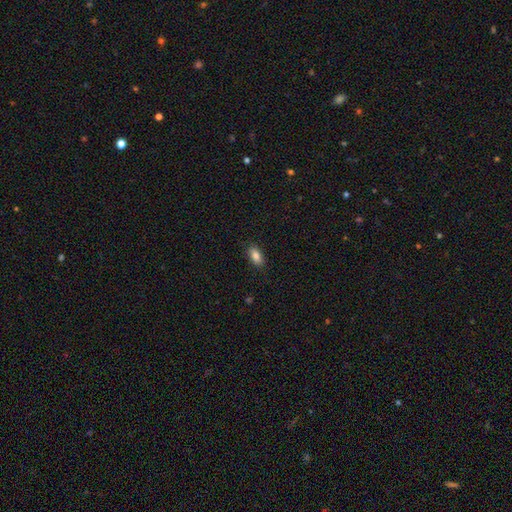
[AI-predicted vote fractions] Smooth or featured? Predicted: smooth (p=0.85). How rounded? Predicted: in between (p=0.88). Merging? Predicted: none (p=0.87).